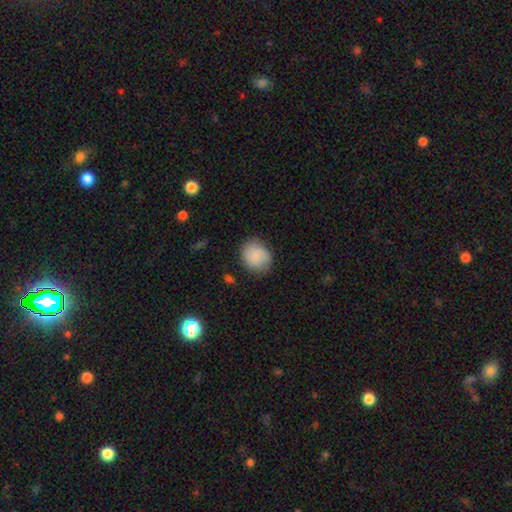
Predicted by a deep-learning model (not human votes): Smooth or featured: smooth — 77% (featured or disk — 16%)
How rounded: round — 73% (in between — 26%)
Merging: none — 79% (minor disturbance — 15%)